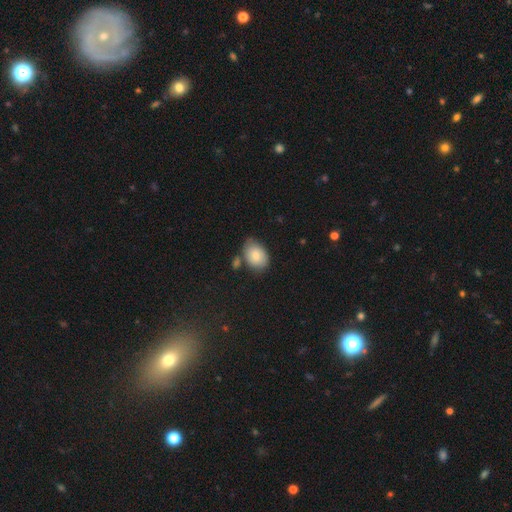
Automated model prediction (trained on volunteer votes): A smooth galaxy with no disk features (81%) that is in between round and cigar-shaped (77%). Merging: none (61%).